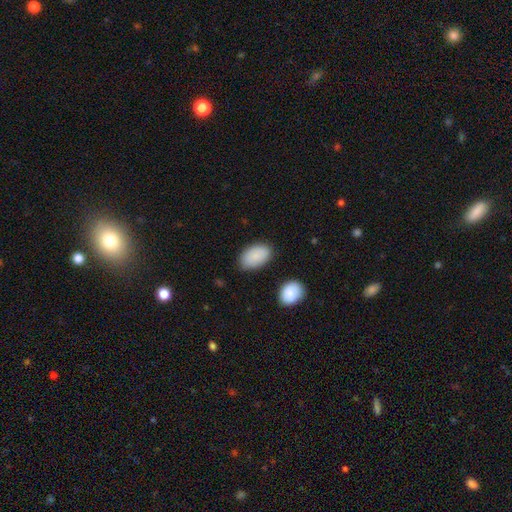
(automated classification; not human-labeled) smooth-or-featured: smooth: 88% | star or artifact: 6% | featured or disk: 6%
  how-rounded: in between: 93% | round: 5% | cigar-shaped: 1%
  merging: none: 81% | minor disturbance: 13% | major disturbance: 3% | merger: 3%